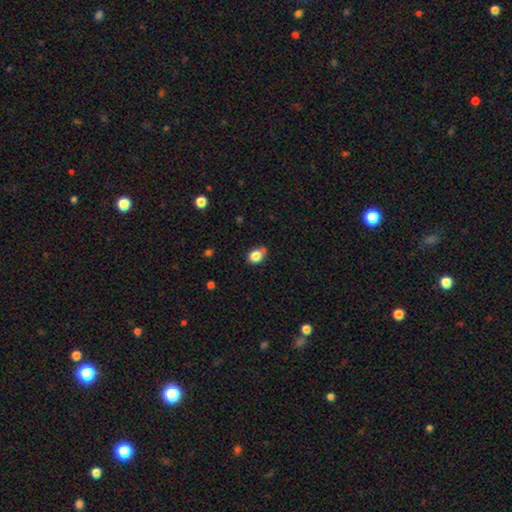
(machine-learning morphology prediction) Q: Smooth or featured?
A: smooth (84%); runner-up: star or artifact (10%)
Q: How rounded?
A: in between (59%); runner-up: round (40%)
Q: Merging?
A: none (62%); runner-up: minor disturbance (28%)